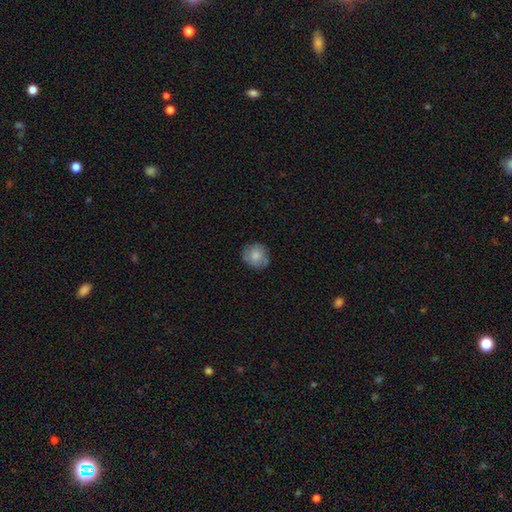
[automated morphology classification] Overall: smooth (76%). How rounded: round (83%). Merging: none (76%).